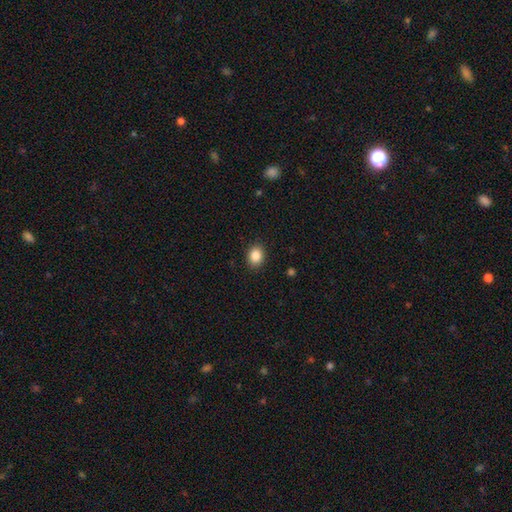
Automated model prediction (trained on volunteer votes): smooth 86%, star or artifact 9%, featured or disk 5%. Down the decision tree: how rounded — in between (50%); merging — none (90%).